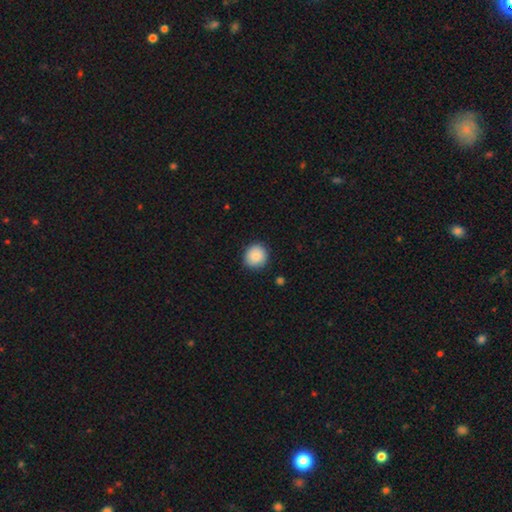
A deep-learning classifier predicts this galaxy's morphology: Smooth or featured?
  - smooth: 87% *
  - star or artifact: 8%
  - featured or disk: 6%
How rounded?
  - round: 90% *
  - in between: 9%
  - cigar-shaped: 1%
Merging?
  - none: 88% *
  - minor disturbance: 8%
  - major disturbance: 2%
  - merger: 1%